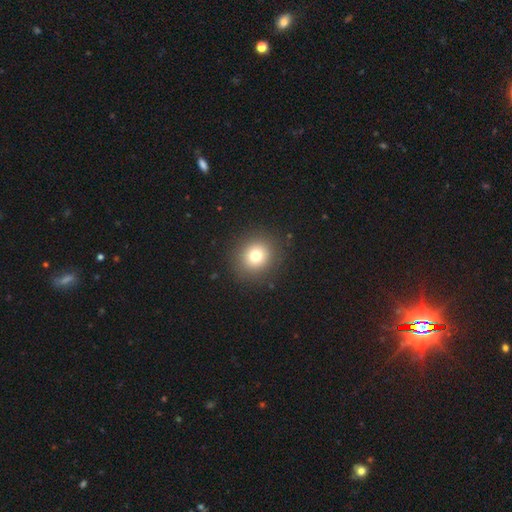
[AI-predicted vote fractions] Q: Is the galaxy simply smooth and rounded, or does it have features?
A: smooth — 76%.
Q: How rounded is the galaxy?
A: round — 87%.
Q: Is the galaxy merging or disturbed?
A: none — 90%.